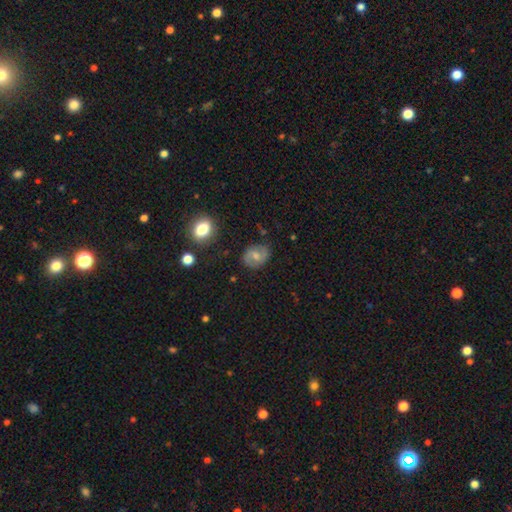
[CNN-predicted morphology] Smooth or featured? Predicted: featured or disk (p=0.54). Edge-on disk? Predicted: no (p=0.97). Bar? Predicted: weak (p=0.45). Spiral arms? Predicted: yes (p=0.83). Bulge size? Predicted: moderate (p=0.53). Merging? Predicted: none (p=0.79).